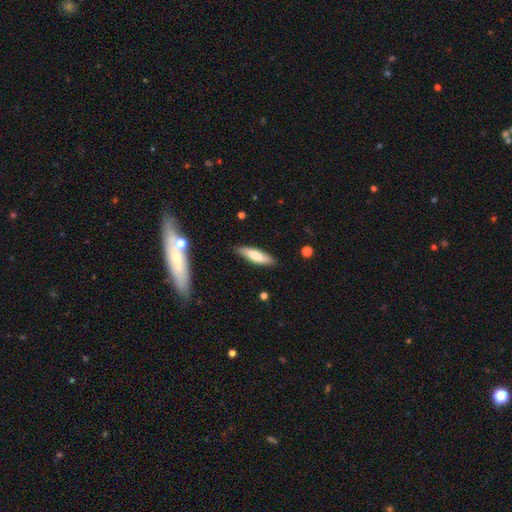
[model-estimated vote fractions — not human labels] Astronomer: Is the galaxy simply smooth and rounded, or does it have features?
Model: smooth — 73%.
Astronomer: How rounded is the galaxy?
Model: cigar-shaped — 62%.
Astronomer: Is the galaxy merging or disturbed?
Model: none — 85%.